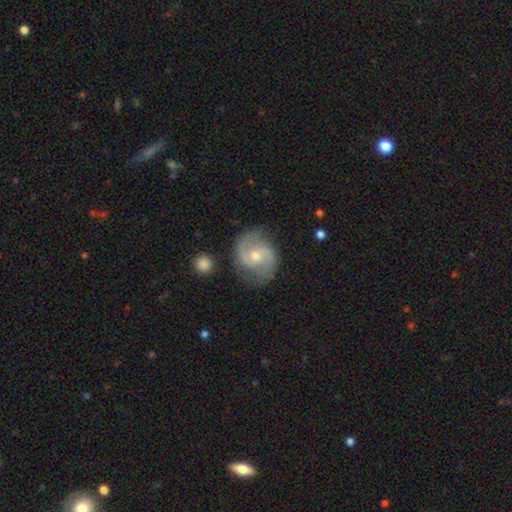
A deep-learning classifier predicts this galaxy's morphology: Q: Smooth or featured?
A: featured or disk (87%); runner-up: smooth (8%)
Q: Edge-on disk?
A: no (98%); runner-up: yes (2%)
Q: Bar?
A: no (56%); runner-up: weak (37%)
Q: Spiral arms?
A: yes (97%); runner-up: no (3%)
Q: Spiral winding?
A: medium (55%); runner-up: tight (25%)
Q: Spiral arm count?
A: 2 (92%); runner-up: can't tell (3%)
Q: Bulge size?
A: moderate (55%); runner-up: small (42%)
Q: Merging?
A: none (80%); runner-up: minor disturbance (14%)